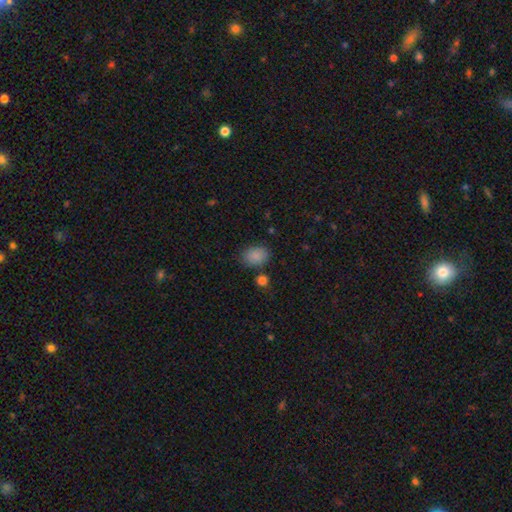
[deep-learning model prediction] The model was most divided on "how rounded": in between: 72%, round: 27%, cigar-shaped: 1%. More confident: smooth or featured — smooth (87%); merging — none (78%).